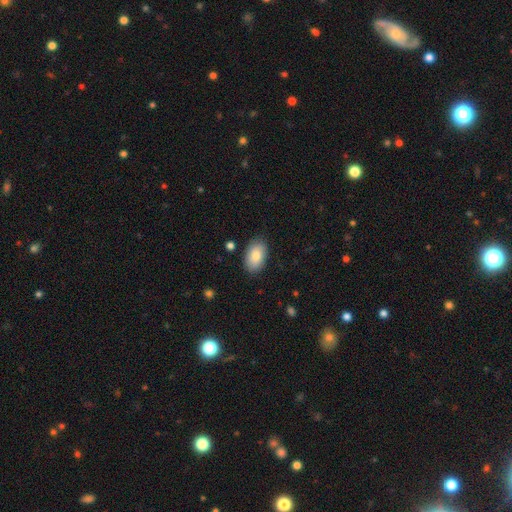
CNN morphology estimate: This is clearly a smooth galaxy (83%). How rounded: clearly in between (92%). Merging: clearly none (85%).